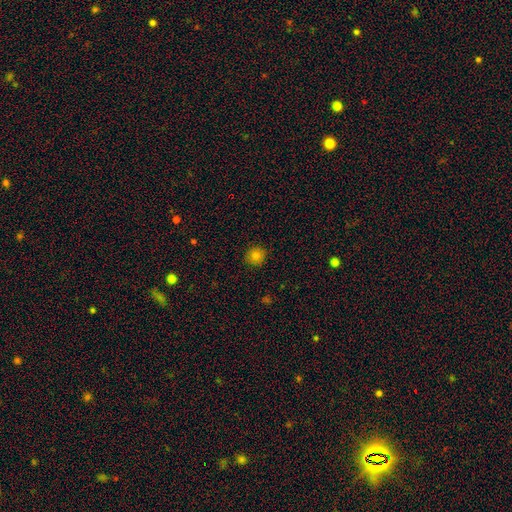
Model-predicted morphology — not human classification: The model was most divided on "smooth or featured": smooth: 81%, star or artifact: 13%, featured or disk: 6%. More confident: merging — none (90%); how rounded — round (90%).